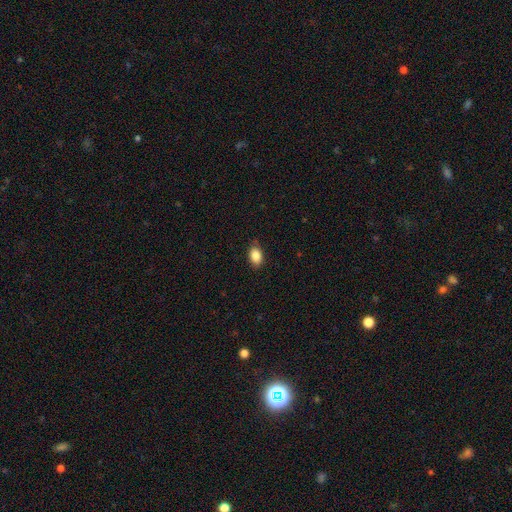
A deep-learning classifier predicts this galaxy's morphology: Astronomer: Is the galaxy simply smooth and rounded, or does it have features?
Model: smooth — 87%.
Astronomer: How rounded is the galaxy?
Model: in between — 85%.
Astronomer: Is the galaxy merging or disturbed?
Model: none — 82%.